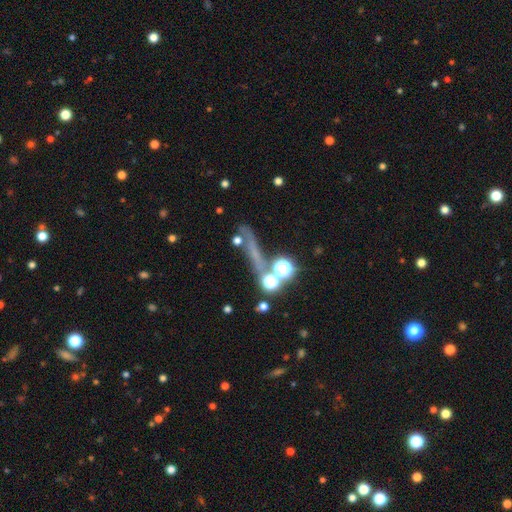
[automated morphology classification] type=star or artifact (44%).